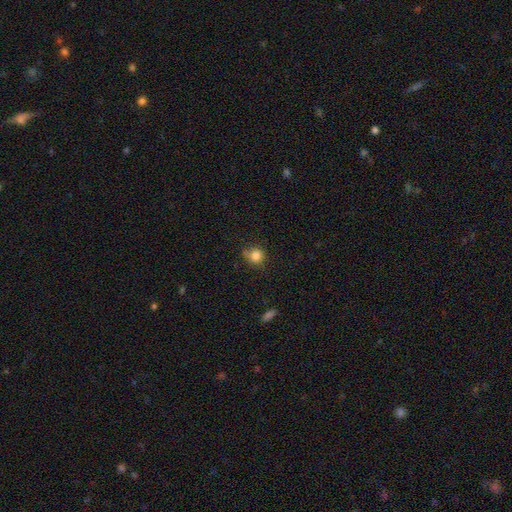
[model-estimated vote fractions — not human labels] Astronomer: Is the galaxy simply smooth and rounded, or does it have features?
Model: smooth — 82%.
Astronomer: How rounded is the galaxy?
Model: round — 85%.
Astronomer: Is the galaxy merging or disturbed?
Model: none — 66%.